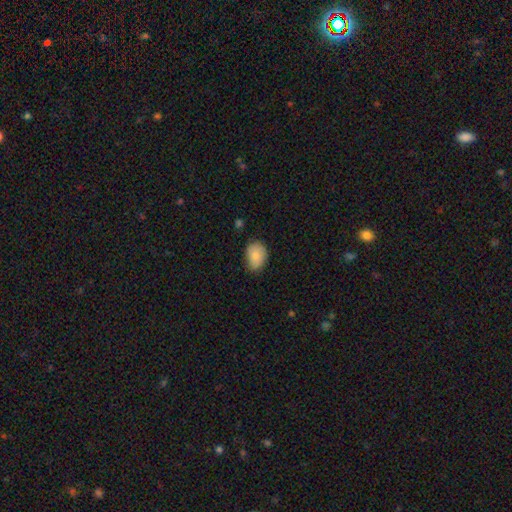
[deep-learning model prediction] Smooth or featured: smooth — 82% (featured or disk — 11%)
How rounded: in between — 76% (round — 23%)
Merging: none — 68% (minor disturbance — 26%)